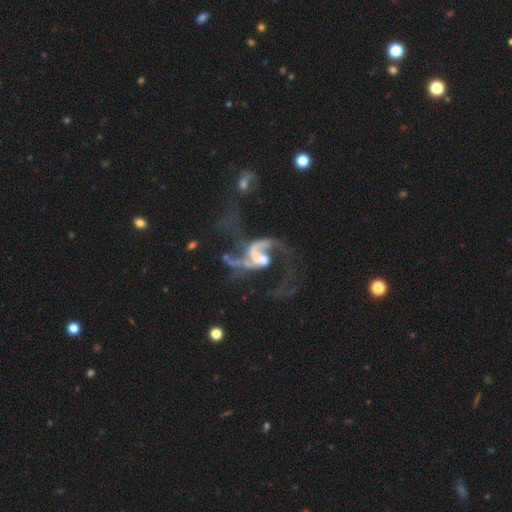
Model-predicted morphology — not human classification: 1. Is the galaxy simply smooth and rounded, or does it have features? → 85% featured or disk, 8% star or artifact, 7% smooth.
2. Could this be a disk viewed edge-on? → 98% no, 2% yes.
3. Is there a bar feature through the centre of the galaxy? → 41% no, 39% weak, 21% strong.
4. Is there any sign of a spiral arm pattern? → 89% yes, 11% no.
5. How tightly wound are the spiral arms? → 68% loose, 26% medium, 6% tight.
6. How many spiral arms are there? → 67% 2, 17% 1, 8% can't tell, 4% 3, 2% 4, 2% more than 4.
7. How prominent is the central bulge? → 33% moderate, 28% small, 24% none, 13% large, 3% dominant.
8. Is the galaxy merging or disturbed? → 39% major disturbance, 29% merger, 22% none, 10% minor disturbance.